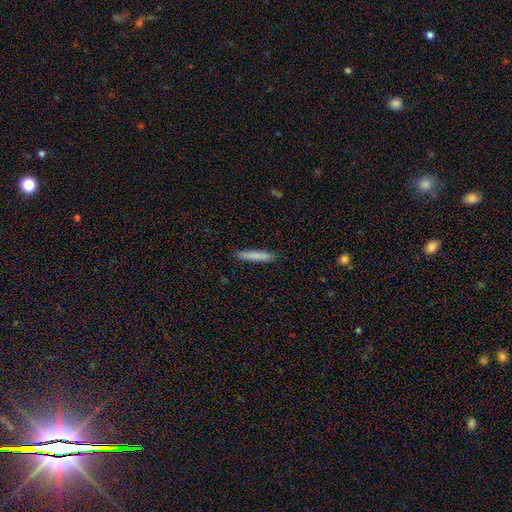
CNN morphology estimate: Q: Smooth or featured?
A: smooth (81%); runner-up: featured or disk (12%)
Q: How rounded?
A: cigar-shaped (93%); runner-up: in between (6%)
Q: Merging?
A: none (87%); runner-up: minor disturbance (9%)